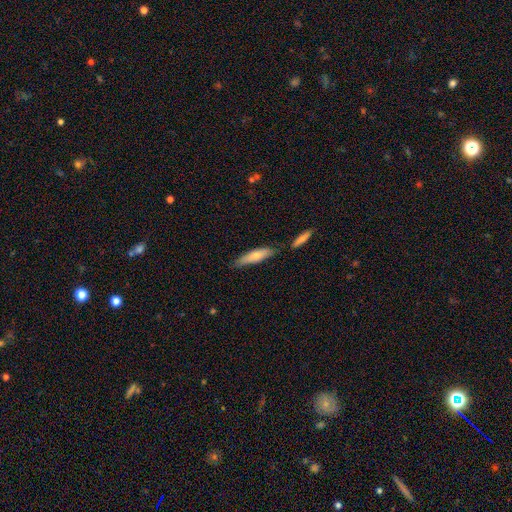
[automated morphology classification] Smooth or featured?
  - smooth: 69% *
  - featured or disk: 25%
  - star or artifact: 6%
How rounded?
  - cigar-shaped: 72% *
  - in between: 27%
  - round: 2%
Merging?
  - none: 69% *
  - minor disturbance: 17%
  - merger: 10%
  - major disturbance: 3%